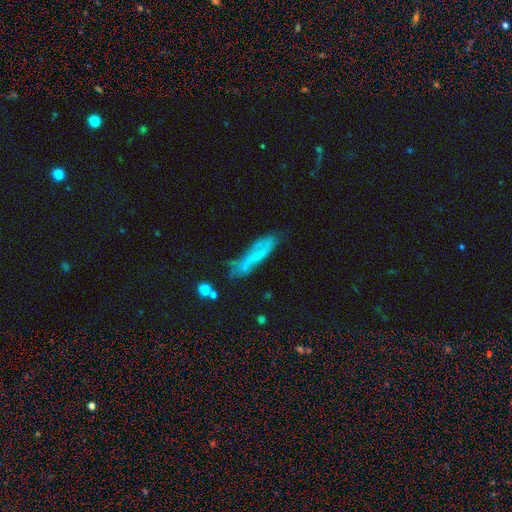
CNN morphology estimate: Smooth or featured?
  - featured or disk: 56% *
  - smooth: 34%
  - star or artifact: 10%
Edge-on disk?
  - no: 68% *
  - yes: 32%
Merging?
  - none: 61% *
  - minor disturbance: 24%
  - major disturbance: 10%
  - merger: 5%